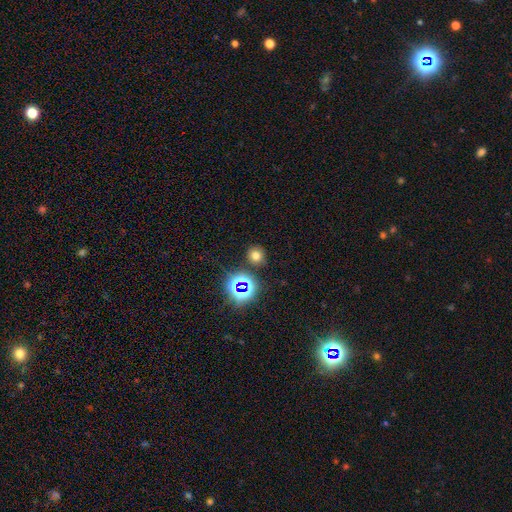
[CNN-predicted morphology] Smooth or featured? smooth (66%)
How rounded? round (86%)
Merging? none (85%)